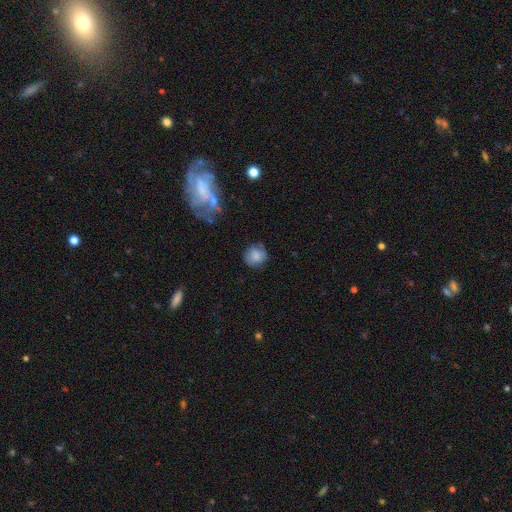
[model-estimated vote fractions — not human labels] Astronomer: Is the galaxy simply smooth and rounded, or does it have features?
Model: smooth — 79%.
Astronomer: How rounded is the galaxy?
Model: round — 81%.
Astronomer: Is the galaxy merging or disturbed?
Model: none — 71%.